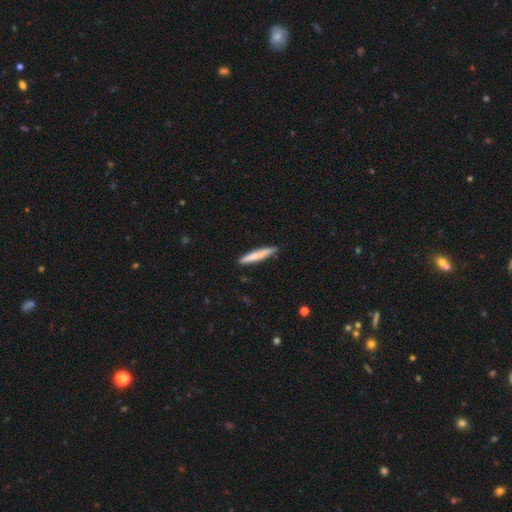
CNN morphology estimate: A smooth galaxy with no disk features (73%) that is cigar-shaped (93%). Merging: none (87%).